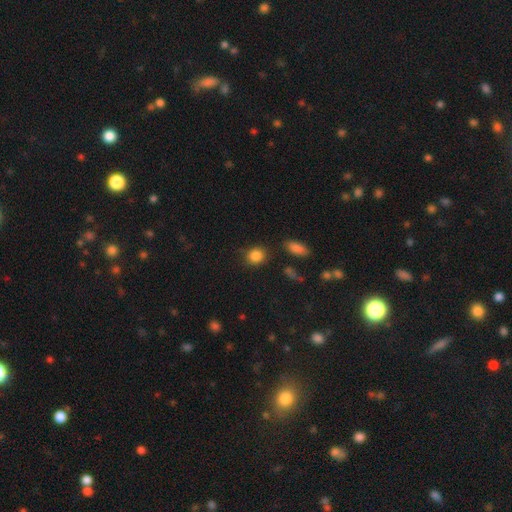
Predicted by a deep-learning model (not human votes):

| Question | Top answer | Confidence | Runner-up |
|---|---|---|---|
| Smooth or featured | smooth | 86% | star or artifact (10%) |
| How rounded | round | 76% | in between (23%) |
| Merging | none | 82% | minor disturbance (11%) |